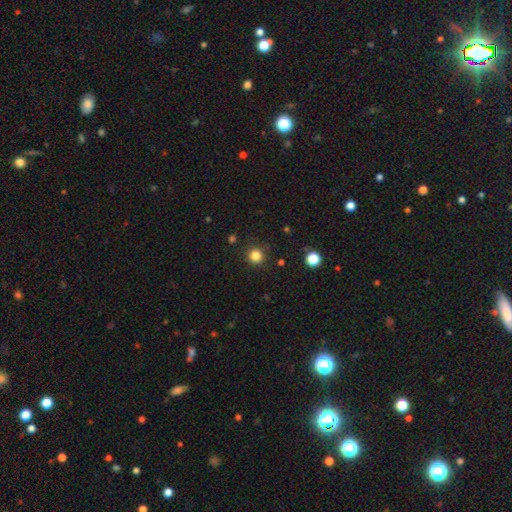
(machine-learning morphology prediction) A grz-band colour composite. It shows a smooth galaxy with no disk features (83%) that is round (95%). Merging: none (90%).